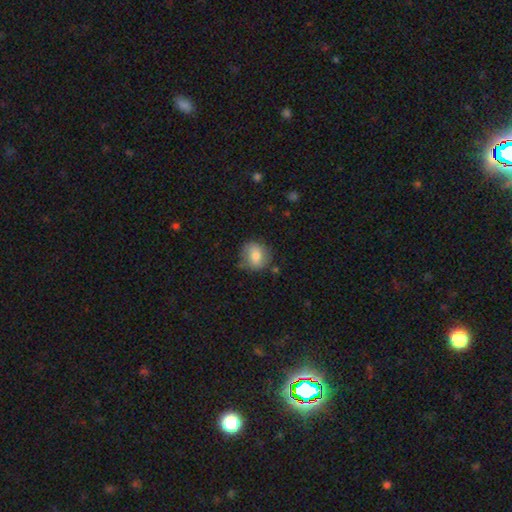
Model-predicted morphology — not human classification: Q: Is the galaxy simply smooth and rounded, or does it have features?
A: smooth — 77%.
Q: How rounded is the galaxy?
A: round — 74%.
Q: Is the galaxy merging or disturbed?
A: none — 74%.